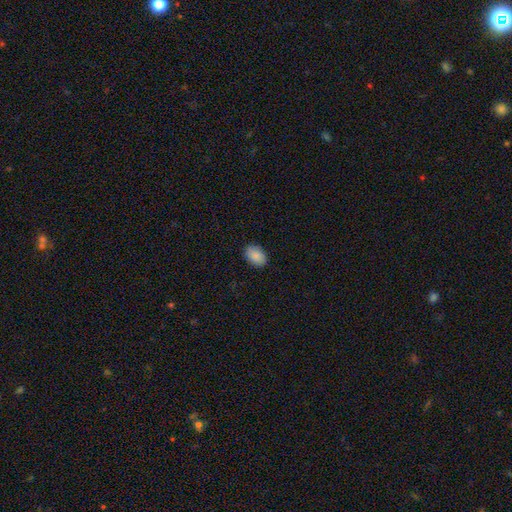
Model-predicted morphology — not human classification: The model was most divided on "how rounded": in between: 84%, round: 15%, cigar-shaped: 1%. More confident: smooth or featured — smooth (89%); merging — none (88%).